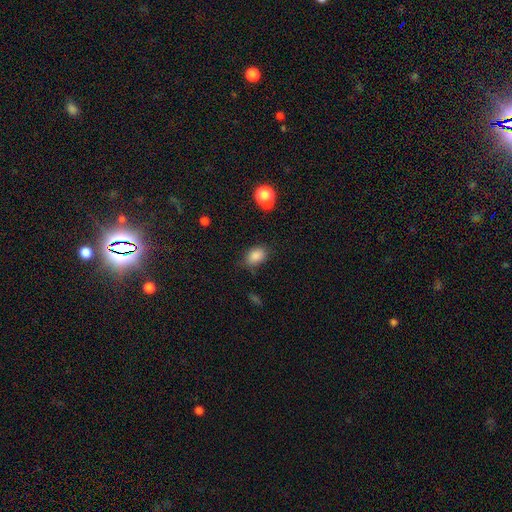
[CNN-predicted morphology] Smooth or featured: smooth — 85% (star or artifact — 10%)
How rounded: in between — 80% (round — 19%)
Merging: none — 70% (minor disturbance — 21%)